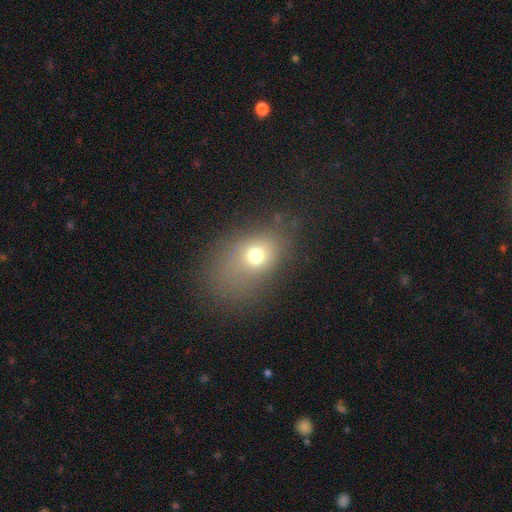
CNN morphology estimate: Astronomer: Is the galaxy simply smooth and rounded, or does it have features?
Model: smooth — 69%.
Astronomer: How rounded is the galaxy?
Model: in between — 64%.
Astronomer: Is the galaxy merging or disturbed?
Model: none — 68%.